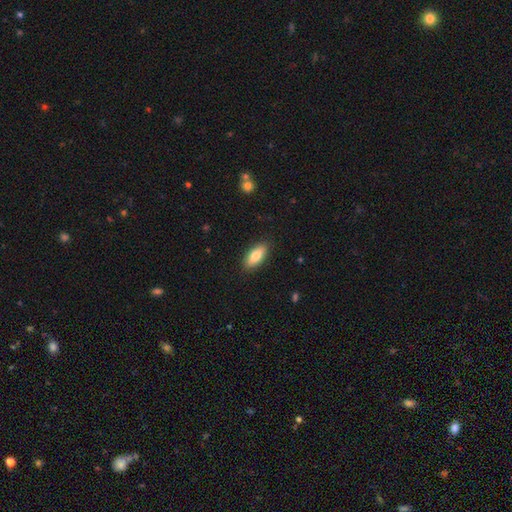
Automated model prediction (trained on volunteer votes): A smooth galaxy with no disk features (77%) that is in between round and cigar-shaped (81%). Merging: none (88%).